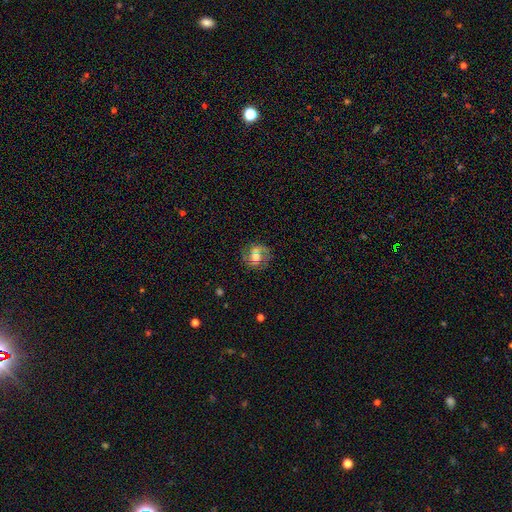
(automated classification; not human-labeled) Overall: featured or disk (58%; smooth 31%). Edge-on disk: no (97%). Bar: no (51%; weak 39%). Spiral arms: yes (85%). Bulge size: moderate (64%). Merging: none (77%).